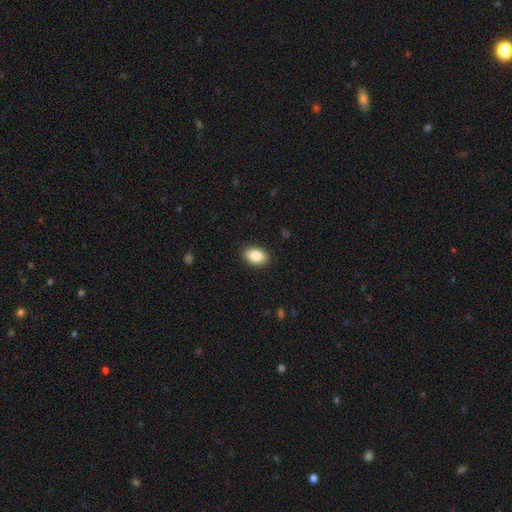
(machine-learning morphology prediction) Smooth or featured: smooth — 84% (featured or disk — 8%)
How rounded: in between — 87% (round — 12%)
Merging: none — 89% (minor disturbance — 8%)